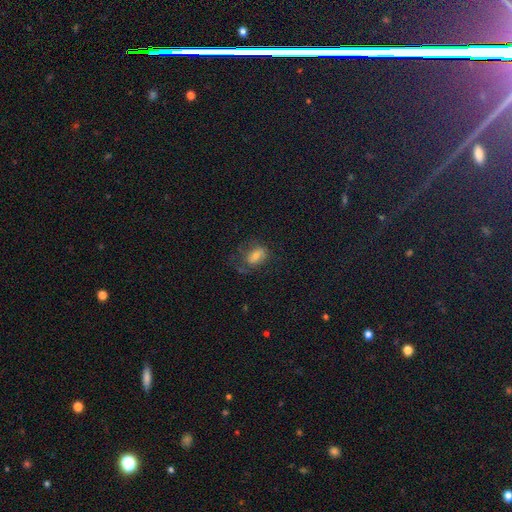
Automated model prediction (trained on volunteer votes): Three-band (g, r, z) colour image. It shows a smooth galaxy with no disk features (50%). Merging: none (53%).